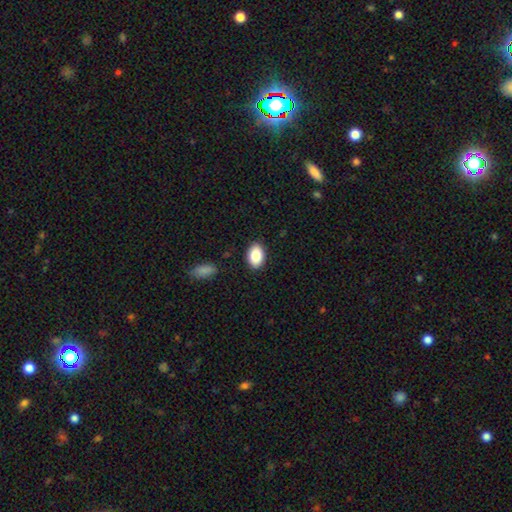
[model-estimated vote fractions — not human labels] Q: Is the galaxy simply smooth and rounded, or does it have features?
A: smooth — 85%.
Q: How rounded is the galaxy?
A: in between — 88%.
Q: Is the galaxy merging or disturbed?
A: none — 88%.